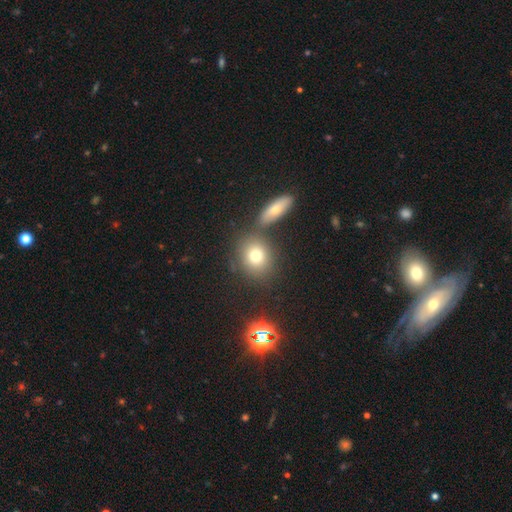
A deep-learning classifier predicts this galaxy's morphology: This appears to be a smooth galaxy with no disk features (75%) that is round (69%). Merging: none (67%).